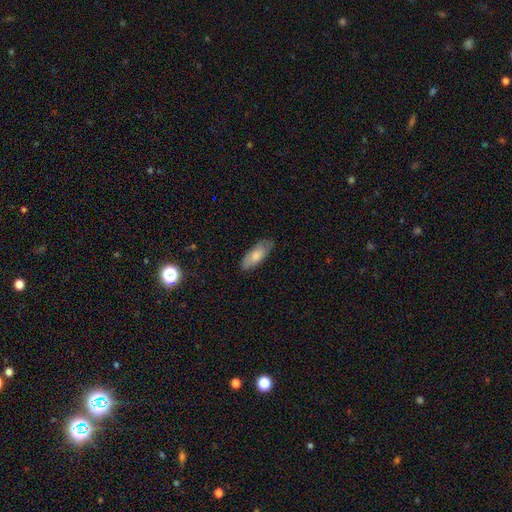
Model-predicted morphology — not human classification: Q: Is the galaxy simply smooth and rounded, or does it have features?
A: smooth — 76%.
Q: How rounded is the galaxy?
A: in between — 76%.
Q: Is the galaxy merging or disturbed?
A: none — 78%.